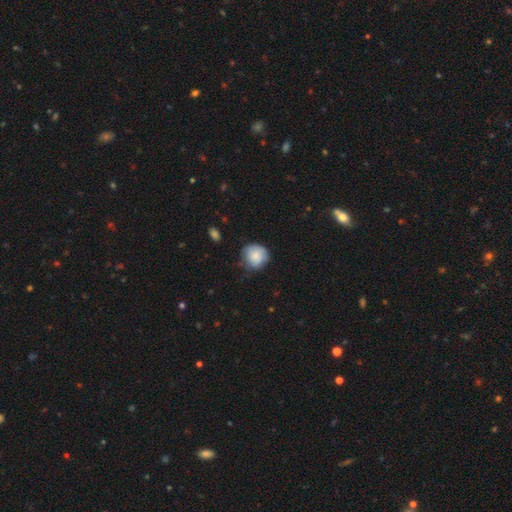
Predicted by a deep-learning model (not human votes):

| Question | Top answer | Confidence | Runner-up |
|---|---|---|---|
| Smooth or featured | smooth | 81% | featured or disk (12%) |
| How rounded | round | 86% | in between (13%) |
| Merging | none | 63% | minor disturbance (29%) |